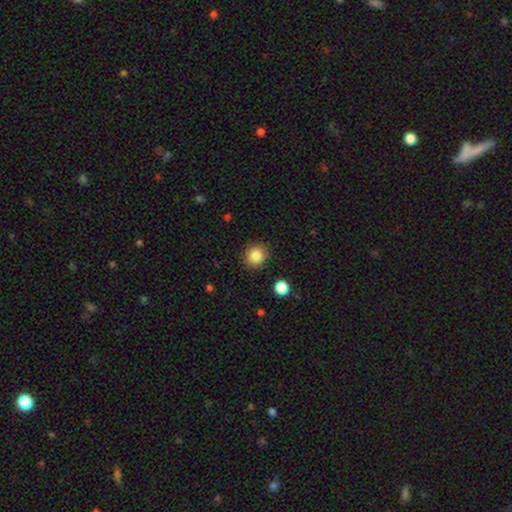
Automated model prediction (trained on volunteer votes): This appears to be a smooth galaxy with no disk features (85%) that is round (86%). Merging: none (88%).